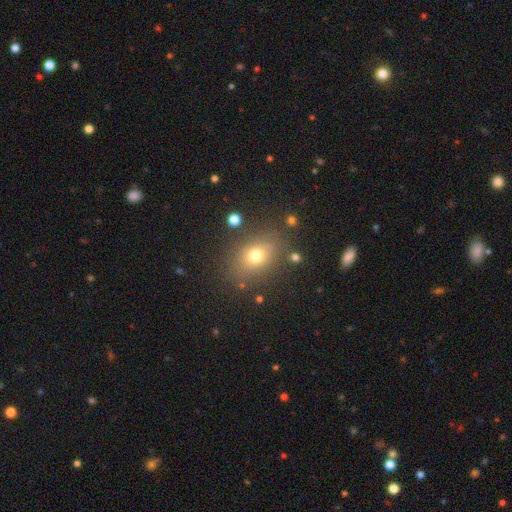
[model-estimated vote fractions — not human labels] This appears to be a smooth galaxy with no disk features (71%) that is in between round and cigar-shaped (67%). Merging: none (80%).